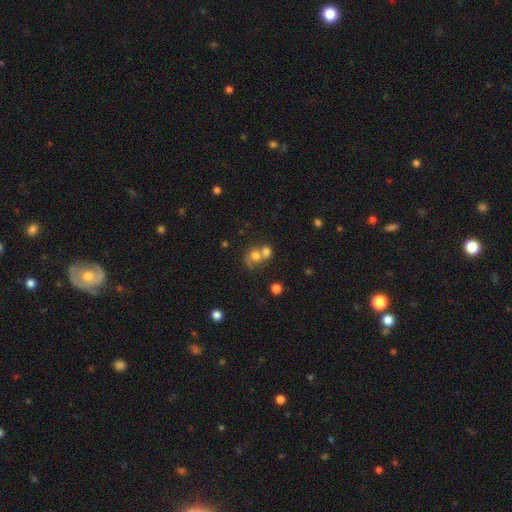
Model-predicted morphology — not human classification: Smooth or featured?
  - smooth: 67% *
  - featured or disk: 21%
  - star or artifact: 13%
How rounded?
  - round: 66% *
  - in between: 33%
  - cigar-shaped: 1%
Merging?
  - merger: 63% *
  - none: 24%
  - minor disturbance: 7%
  - major disturbance: 6%